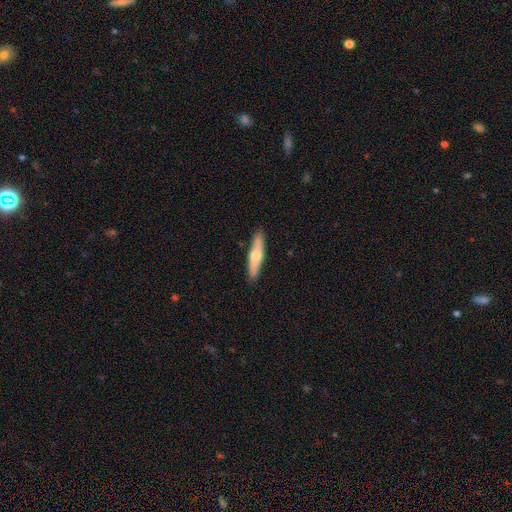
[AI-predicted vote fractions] Overall: smooth (53%; featured or disk 42%). How rounded: cigar-shaped (82%). Merging: none (89%).